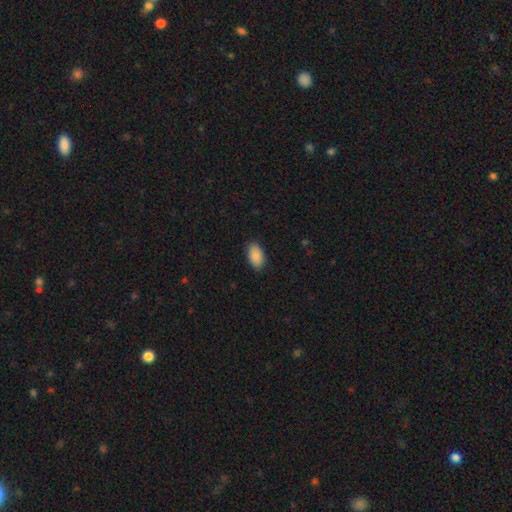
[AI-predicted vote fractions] Smooth or featured? Predicted: smooth (p=0.91). How rounded? Predicted: in between (p=0.95). Merging? Predicted: none (p=0.88).